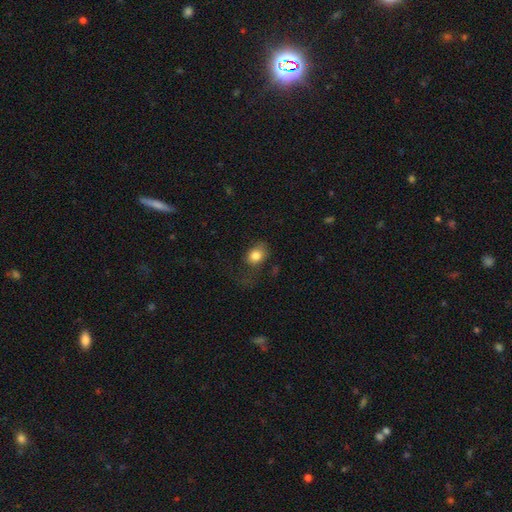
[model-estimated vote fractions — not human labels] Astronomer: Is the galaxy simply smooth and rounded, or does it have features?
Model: smooth — 80%.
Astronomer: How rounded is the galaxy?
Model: in between — 55% (runner-up: round, 44%).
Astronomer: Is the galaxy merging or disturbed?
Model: none — 51%.